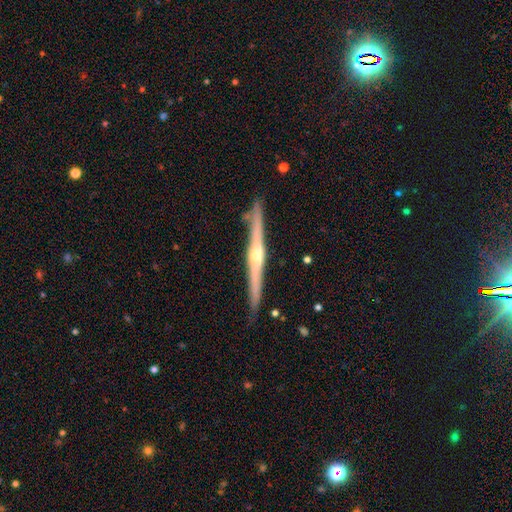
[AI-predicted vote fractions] Q: Smooth or featured?
A: featured or disk (81%); runner-up: smooth (13%)
Q: Edge-on disk?
A: yes (98%); runner-up: no (2%)
Q: Edge-on bulge?
A: rounded (83%); runner-up: none (12%)
Q: Merging?
A: none (90%); runner-up: minor disturbance (8%)